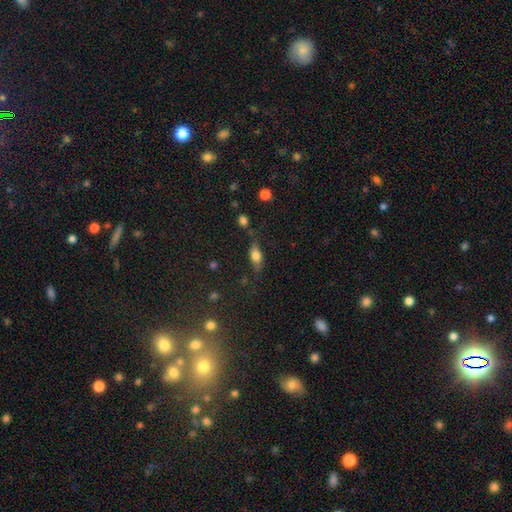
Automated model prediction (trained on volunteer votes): Smooth or featured? smooth (68%)
How rounded? in between (77%)
Merging? none (66%)